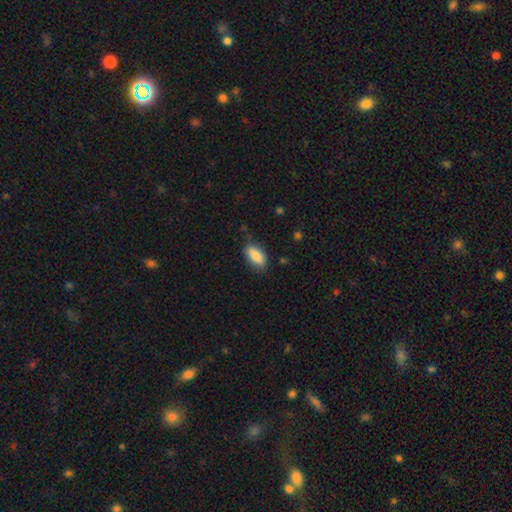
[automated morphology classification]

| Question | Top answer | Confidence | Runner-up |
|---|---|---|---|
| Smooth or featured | smooth | 85% | featured or disk (8%) |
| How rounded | in between | 88% | cigar-shaped (9%) |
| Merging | none | 80% | minor disturbance (15%) |